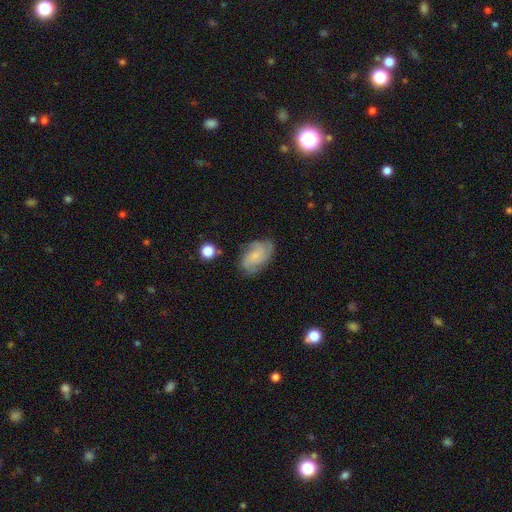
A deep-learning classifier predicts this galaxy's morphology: featured or disk 66%, smooth 27%, star or artifact 8%. Down the decision tree: edge-on disk — no (97%); bar — no (71%); spiral arms — yes (92%); spiral arm count — 3 (30%); spiral winding — medium (42%); bulge size — small (69%); merging — none (72%).